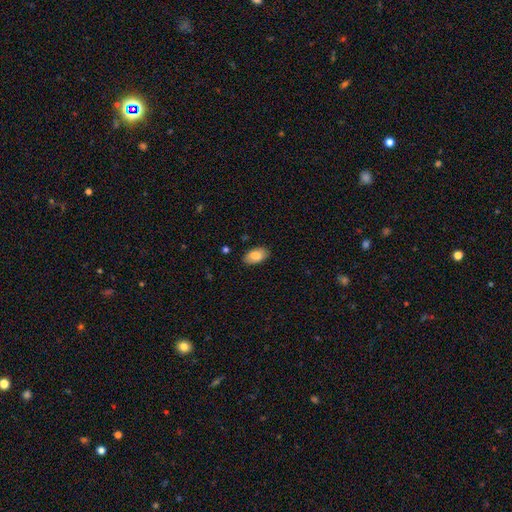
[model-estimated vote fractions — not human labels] smooth_or_featured: smooth (p=0.83) [alt: featured or disk p=0.11]
how_rounded: in between (p=0.94) [alt: round p=0.04]
merging: none (p=0.85) [alt: minor disturbance p=0.11]